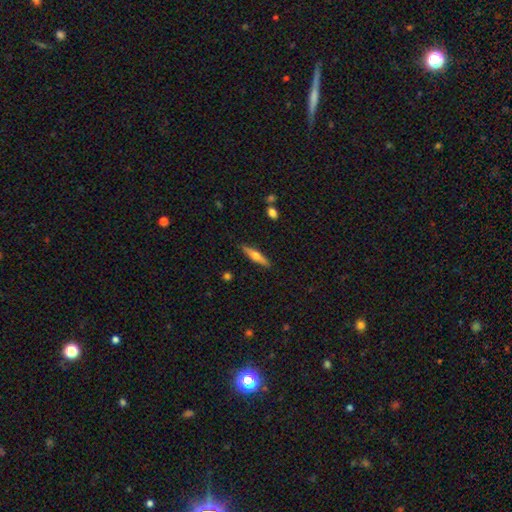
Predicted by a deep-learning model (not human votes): This is possibly a featured or disk galaxy (55%). It is clearly viewed edge-on (95%). Edge-on bulge: clearly rounded (93%). Merging: clearly none (89%).